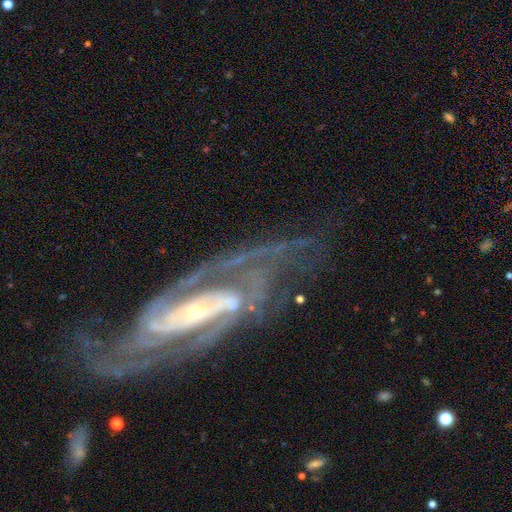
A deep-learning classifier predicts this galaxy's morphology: This is clearly a featured or disk galaxy (91%). It is clearly not viewed edge-on (94%). Bar: marginally strong (41%). Spiral arm pattern: clearly yes (98%). Spiral arm count: likely 2 (64%). Spiral winding: marginally medium (44%, tied with tight). Central bulge: likely small (72%). Merging: likely none (65%).